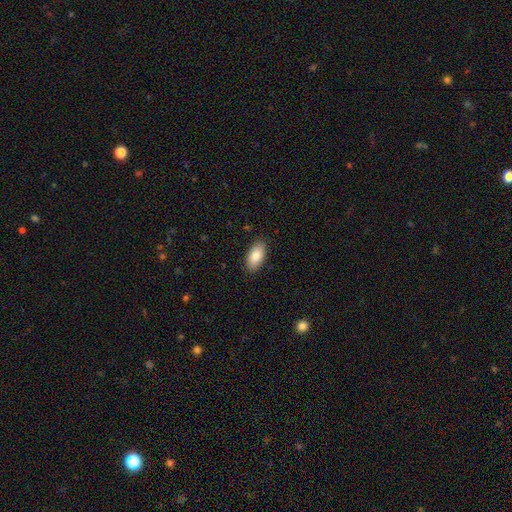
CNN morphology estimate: The model was most divided on "smooth or featured": smooth: 85%, featured or disk: 9%, star or artifact: 6%. More confident: how rounded — in between (93%); merging — none (88%).